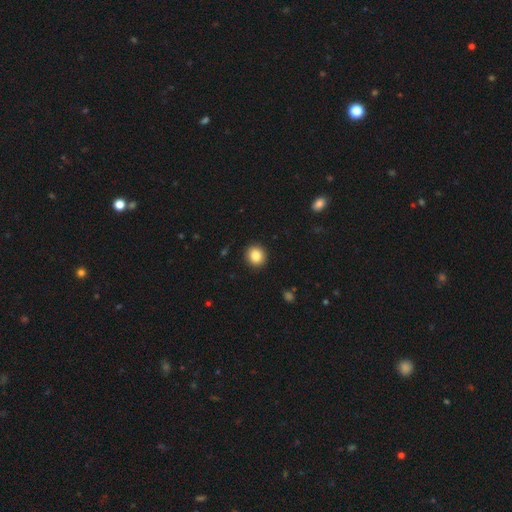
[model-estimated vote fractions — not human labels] smooth-or-featured: smooth: 86% | star or artifact: 9% | featured or disk: 5%
  how-rounded: round: 86% | in between: 13% | cigar-shaped: 1%
  merging: none: 91% | minor disturbance: 6% | major disturbance: 2% | merger: 1%